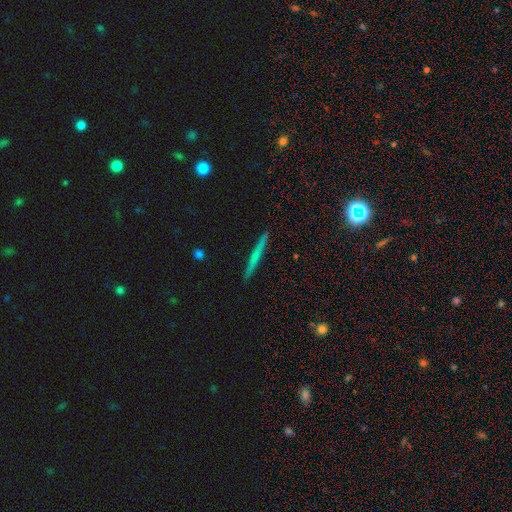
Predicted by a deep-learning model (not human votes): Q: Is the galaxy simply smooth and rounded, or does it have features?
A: smooth — 50%.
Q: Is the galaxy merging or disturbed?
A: none — 92%.